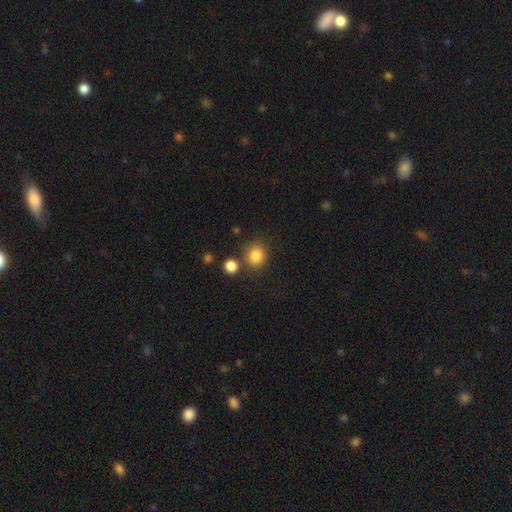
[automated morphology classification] This appears to be a smooth galaxy with no disk features (84%) that is round (82%). Merging: none (77%).